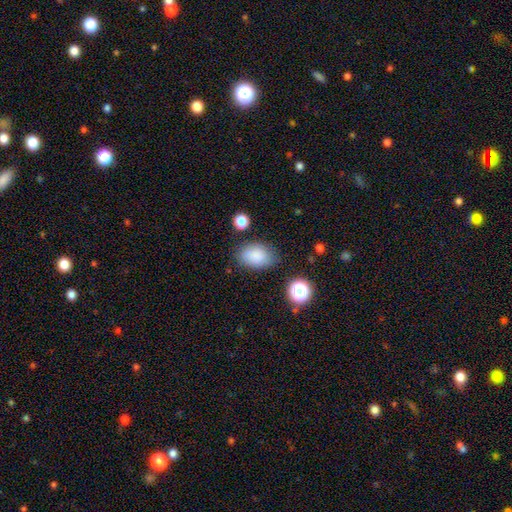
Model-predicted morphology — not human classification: Smooth or featured: smooth — 86% (star or artifact — 9%)
How rounded: in between — 82% (round — 17%)
Merging: none — 76% (minor disturbance — 16%)